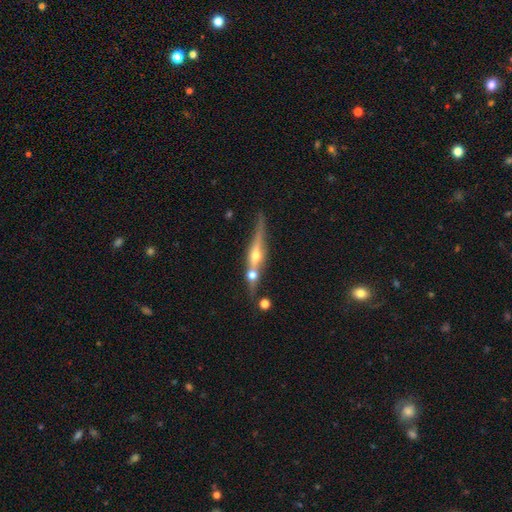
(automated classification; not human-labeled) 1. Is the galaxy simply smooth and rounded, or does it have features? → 74% featured or disk, 19% smooth, 8% star or artifact.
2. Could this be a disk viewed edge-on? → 94% yes, 6% no.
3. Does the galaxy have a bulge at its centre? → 90% rounded, 5% boxy, 4% none.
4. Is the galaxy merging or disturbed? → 62% none, 21% merger, 12% minor disturbance, 4% major disturbance.